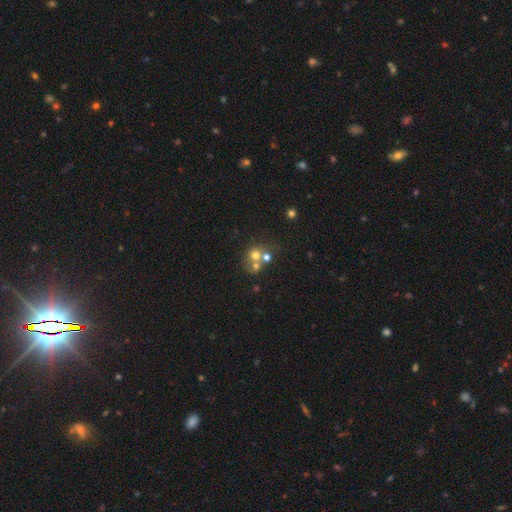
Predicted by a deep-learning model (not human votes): This appears to be a smooth galaxy with no disk features (59%) that is round (77%). Merging: merger (54%).